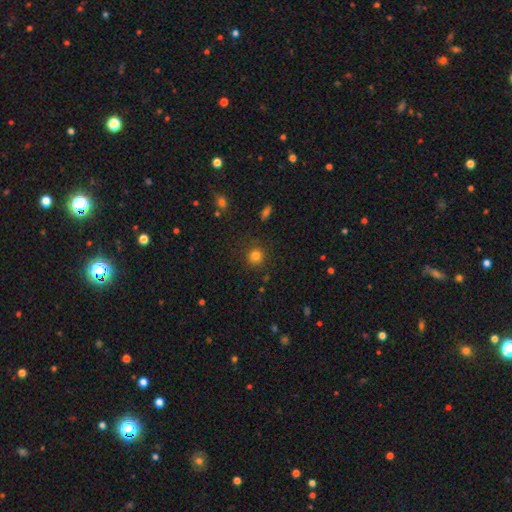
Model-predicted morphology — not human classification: A smooth galaxy with no disk features (80%) that is round (89%). Merging: none (87%).